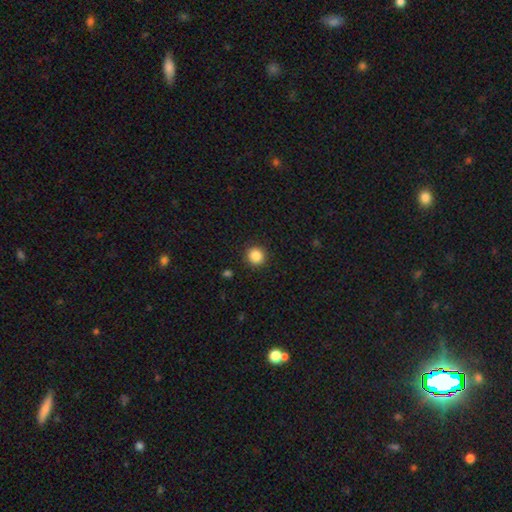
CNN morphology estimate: Q: Smooth or featured?
A: smooth (87%); runner-up: star or artifact (10%)
Q: How rounded?
A: round (93%); runner-up: in between (6%)
Q: Merging?
A: none (92%); runner-up: minor disturbance (5%)